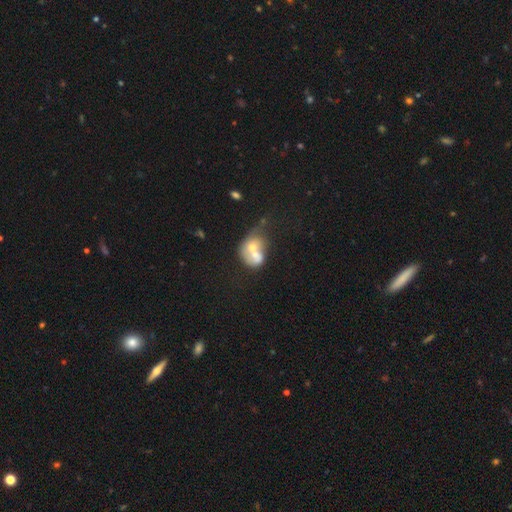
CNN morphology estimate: Smooth or featured? Predicted: smooth (p=0.53). How rounded? Predicted: in between (p=0.50). Merging? Predicted: merger (p=0.73).